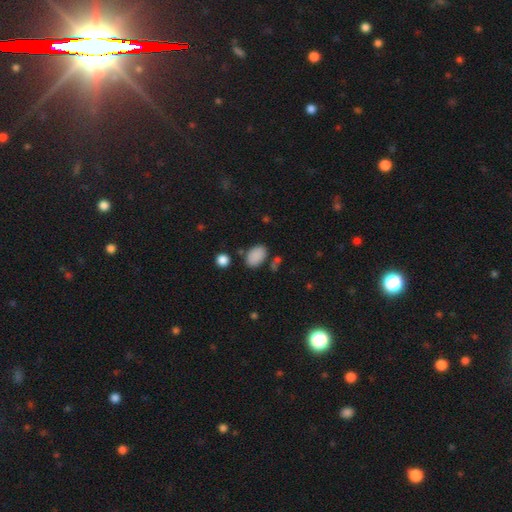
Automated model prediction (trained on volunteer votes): Overall: smooth (88%). How rounded: in between (90%). Merging: none (78%).